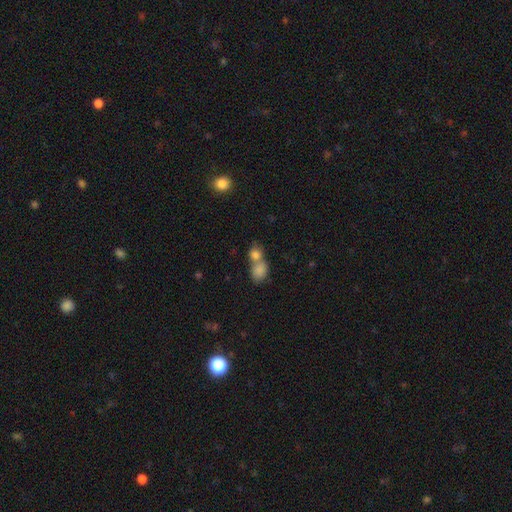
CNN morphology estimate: This is possibly a smooth galaxy (57%). How rounded: possibly in between (50%). Merging: possibly merger (46%).